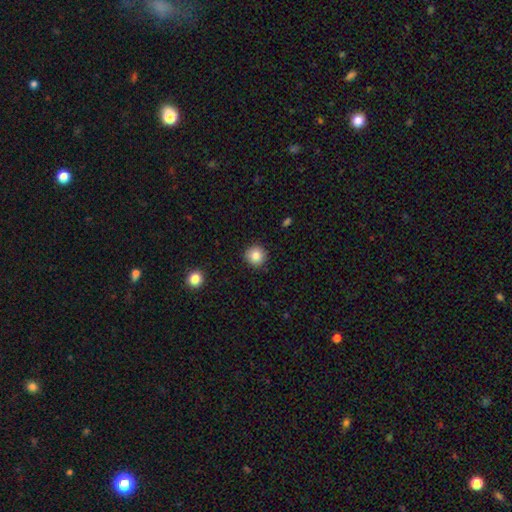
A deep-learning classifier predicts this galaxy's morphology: Q: Smooth or featured?
A: smooth (84%); runner-up: star or artifact (9%)
Q: How rounded?
A: round (94%); runner-up: in between (5%)
Q: Merging?
A: none (91%); runner-up: minor disturbance (6%)